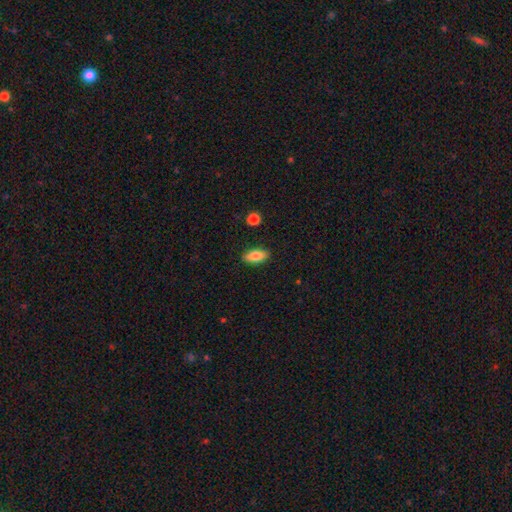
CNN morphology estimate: smooth 79%, featured or disk 14%, star or artifact 7%. Down the decision tree: how rounded — in between (86%); merging — none (88%).